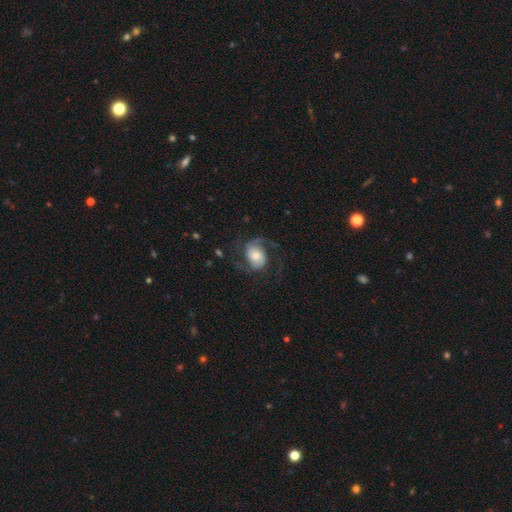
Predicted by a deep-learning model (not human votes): This appears to be a featured or disk galaxy (79%) with no bar (60%), 2 (87%) medium (46%) spiral arms (96%) and a moderate central bulge (47%). Merging: none (64%).